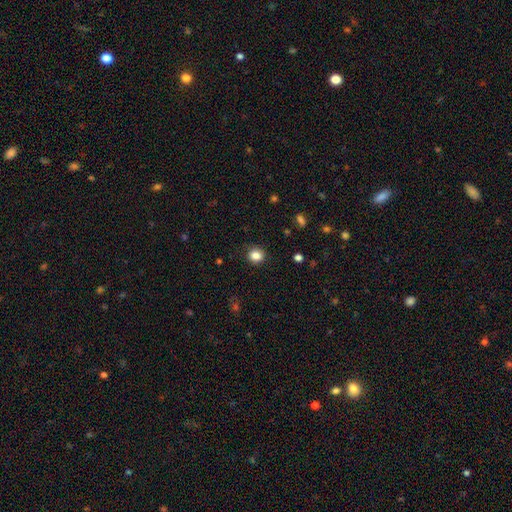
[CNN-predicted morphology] The model was most divided on "how rounded": round: 80%, in between: 19%, cigar-shaped: 1%. More confident: merging — none (87%); smooth or featured — smooth (84%).